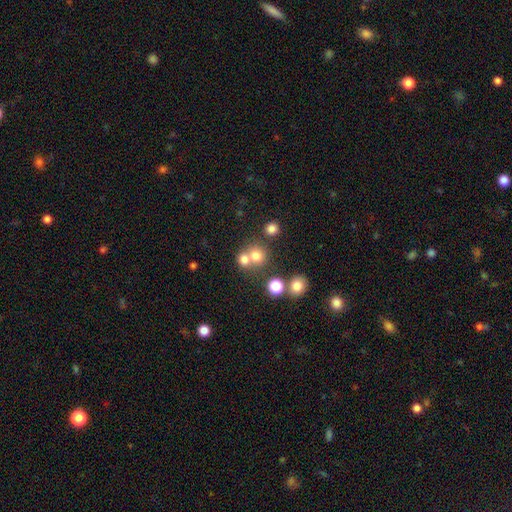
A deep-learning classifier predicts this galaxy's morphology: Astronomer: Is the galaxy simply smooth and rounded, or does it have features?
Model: smooth — 73%.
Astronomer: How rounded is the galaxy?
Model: round — 86%.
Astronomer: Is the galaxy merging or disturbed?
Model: none — 52% (runner-up: merger, 38%).